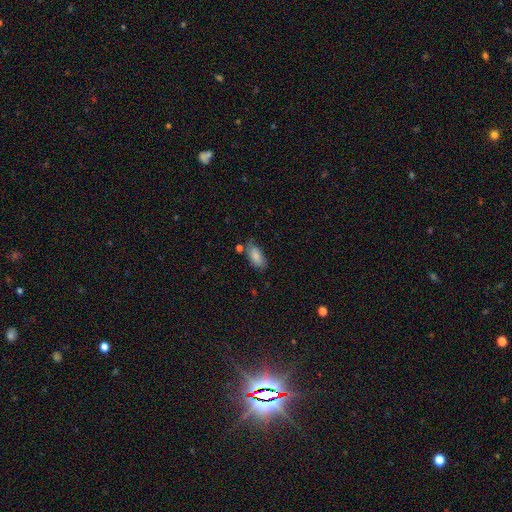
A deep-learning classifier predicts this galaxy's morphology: smooth_or_featured: smooth (p=0.84) [alt: featured or disk p=0.09]
how_rounded: in between (p=0.90) [alt: cigar-shaped p=0.08]
merging: none (p=0.63) [alt: minor disturbance p=0.24]